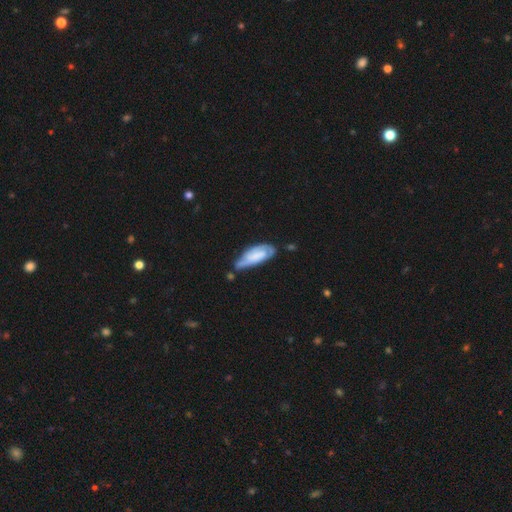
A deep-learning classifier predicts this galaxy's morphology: featured or disk 51%, smooth 43%, star or artifact 6%. Down the decision tree: edge-on disk — no (86%); merging — none (40%).